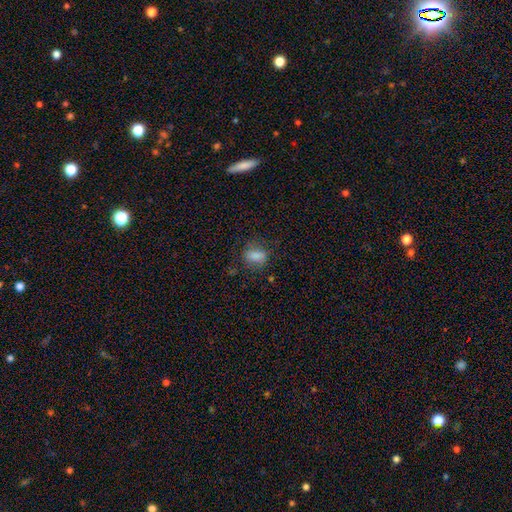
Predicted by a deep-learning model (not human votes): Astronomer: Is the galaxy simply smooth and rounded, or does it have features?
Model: smooth — 78%.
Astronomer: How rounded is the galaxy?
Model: in between — 71%.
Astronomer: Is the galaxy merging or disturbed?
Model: none — 72%.